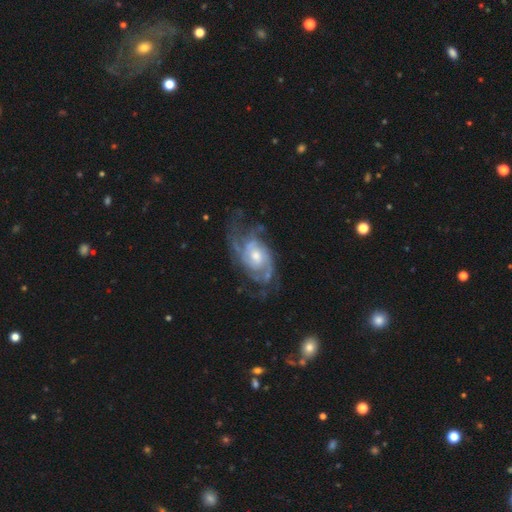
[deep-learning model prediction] Smooth or featured: featured or disk — 87% (smooth — 8%)
Edge-on disk: no — 96% (yes — 4%)
Bar: no — 64% (weak — 31%)
Spiral arms: yes — 94% (no — 6%)
Spiral winding: tight — 43% (medium — 41%)
Spiral arm count: 2 — 47% (can't tell — 25%)
Bulge size: moderate — 62% (small — 25%)
Merging: none — 59% (minor disturbance — 21%)